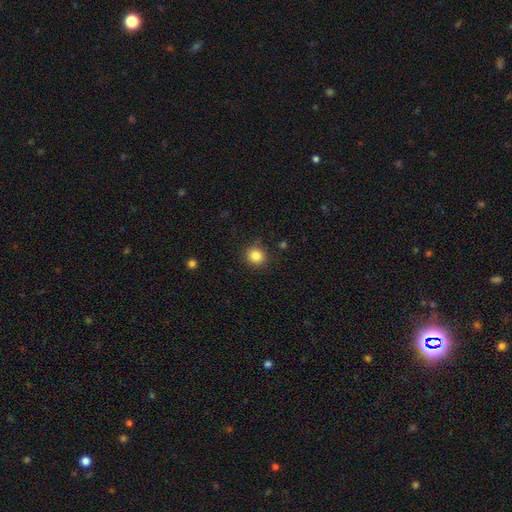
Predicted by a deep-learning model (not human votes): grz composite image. It shows a smooth galaxy with no disk features (84%) that is round (90%). Merging: none (85%).